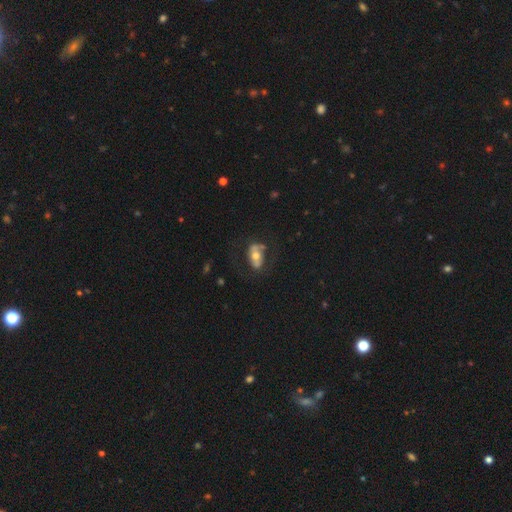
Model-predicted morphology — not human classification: Smooth or featured?
  - featured or disk: 46% * (tied)
  - smooth: 46% * (tied)
  - star or artifact: 7%
Merging?
  - none: 61% *
  - minor disturbance: 21%
  - major disturbance: 15%
  - merger: 3%